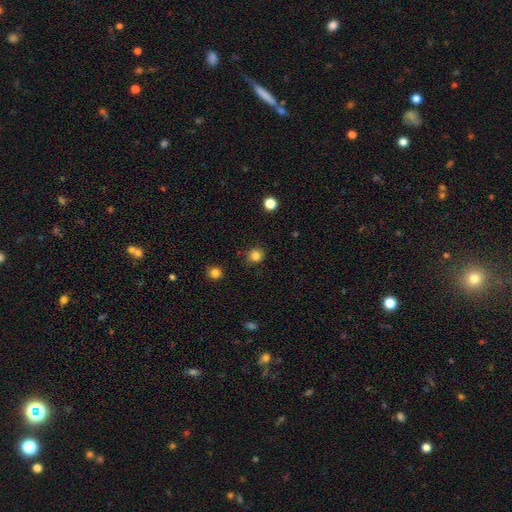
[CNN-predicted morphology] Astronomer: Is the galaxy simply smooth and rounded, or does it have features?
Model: smooth — 84%.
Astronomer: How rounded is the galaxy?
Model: round — 86%.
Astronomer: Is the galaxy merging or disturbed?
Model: none — 80%.